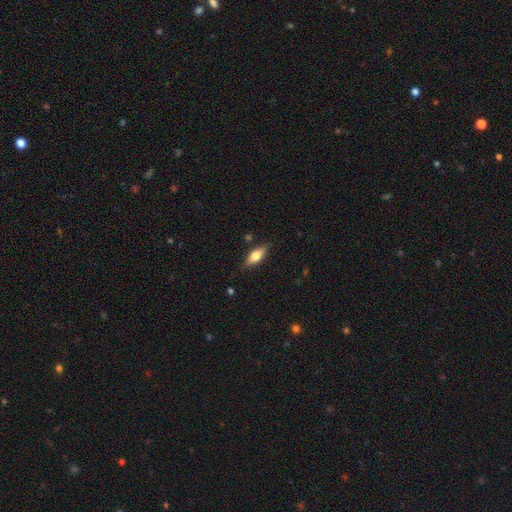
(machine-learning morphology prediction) smooth 54%, featured or disk 39%, star or artifact 7%. Down the decision tree: how rounded — in between (67%); merging — none (82%).